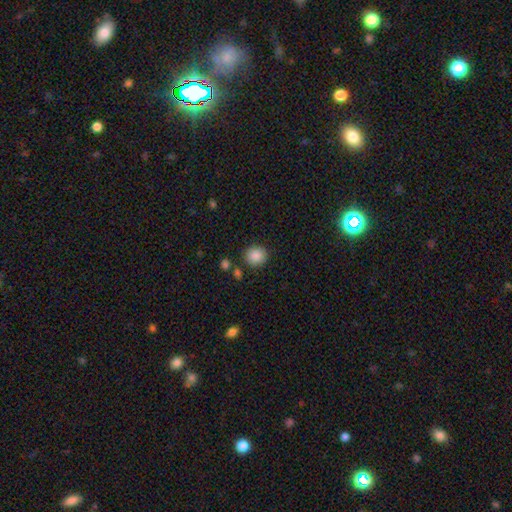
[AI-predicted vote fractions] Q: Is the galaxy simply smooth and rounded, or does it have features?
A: smooth — 87%.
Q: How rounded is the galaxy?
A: round — 86%.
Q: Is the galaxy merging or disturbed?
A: none — 87%.